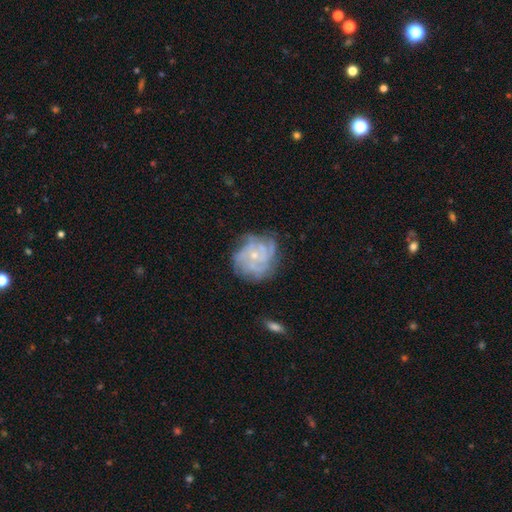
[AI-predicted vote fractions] Q: Smooth or featured?
A: featured or disk (76%); runner-up: smooth (15%)
Q: Edge-on disk?
A: no (98%); runner-up: yes (2%)
Q: Bar?
A: no (82%); runner-up: weak (16%)
Q: Spiral arms?
A: yes (84%); runner-up: no (16%)
Q: Spiral winding?
A: tight (62%); runner-up: medium (28%)
Q: Spiral arm count?
A: can't tell (41%); runner-up: 4 (21%)
Q: Bulge size?
A: small (72%); runner-up: moderate (23%)
Q: Merging?
A: none (63%); runner-up: minor disturbance (22%)